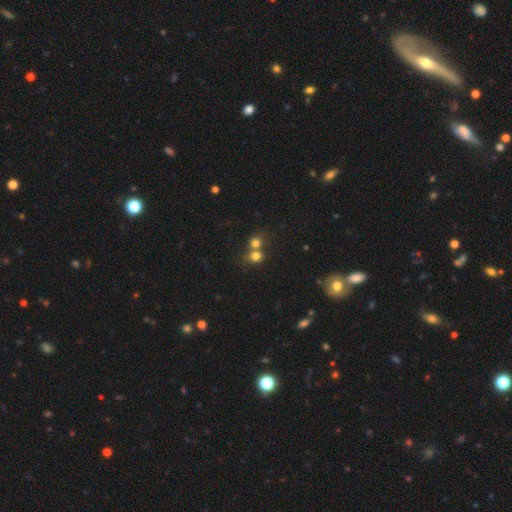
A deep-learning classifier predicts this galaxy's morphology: smooth-or-featured: smooth: 75% | star or artifact: 15% | featured or disk: 9%
  how-rounded: round: 82% | in between: 17% | cigar-shaped: 1%
  merging: merger: 50% | none: 41% | minor disturbance: 6% | major disturbance: 3%